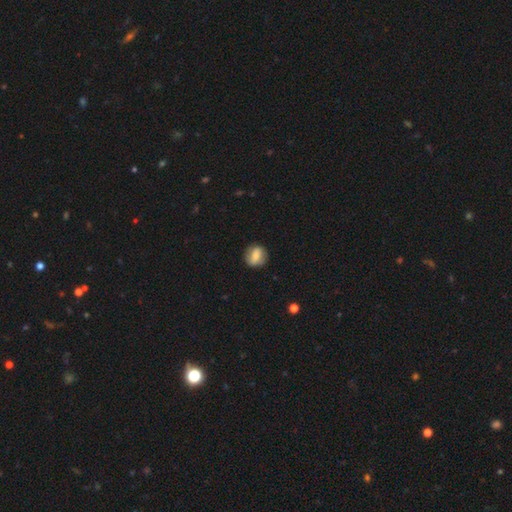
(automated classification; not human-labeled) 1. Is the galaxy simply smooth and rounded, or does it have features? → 66% smooth, 26% featured or disk, 8% star or artifact.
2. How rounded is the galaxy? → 64% round, 33% in between, 2% cigar-shaped.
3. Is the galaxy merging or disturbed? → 81% none, 14% minor disturbance, 4% major disturbance, 1% merger.